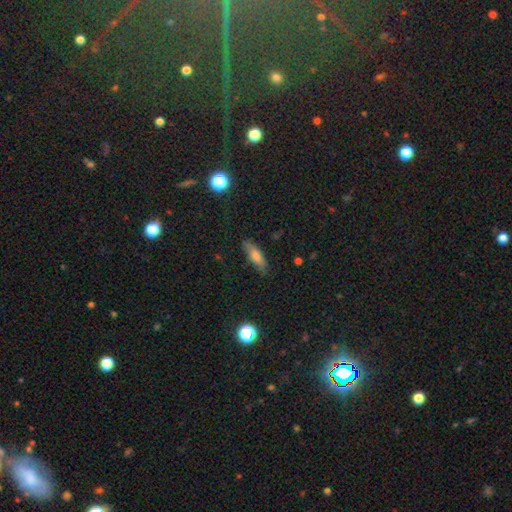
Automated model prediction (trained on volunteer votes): Q: Smooth or featured?
A: smooth (68%); runner-up: featured or disk (22%)
Q: How rounded?
A: cigar-shaped (49%); runner-up: in between (48%)
Q: Merging?
A: none (80%); runner-up: minor disturbance (15%)